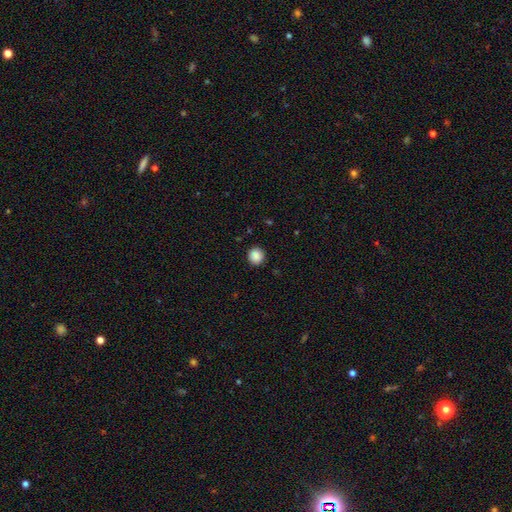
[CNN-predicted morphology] Smooth or featured? Predicted: smooth (p=0.88). How rounded? Predicted: round (p=0.93). Merging? Predicted: none (p=0.92).